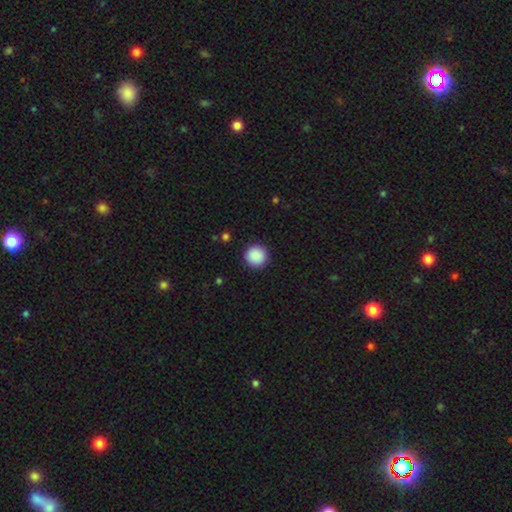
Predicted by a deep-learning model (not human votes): A smooth galaxy with no disk features (89%) that is round (96%). Merging: none (92%).